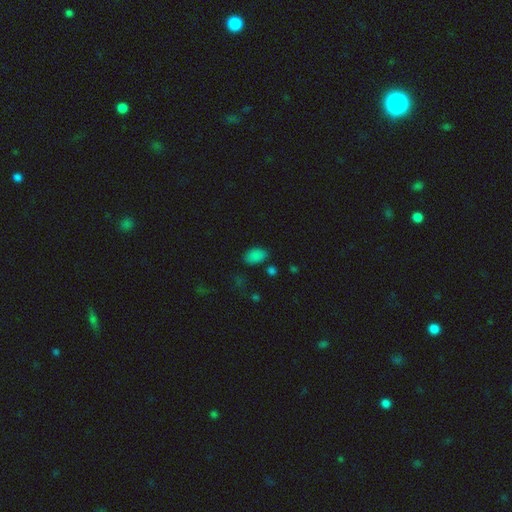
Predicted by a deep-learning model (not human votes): Smooth or featured?
  - smooth: 81% *
  - star or artifact: 15%
  - featured or disk: 4%
How rounded?
  - in between: 90% *
  - round: 9%
  - cigar-shaped: 1%
Merging?
  - none: 77% *
  - minor disturbance: 15%
  - merger: 5%
  - major disturbance: 4%